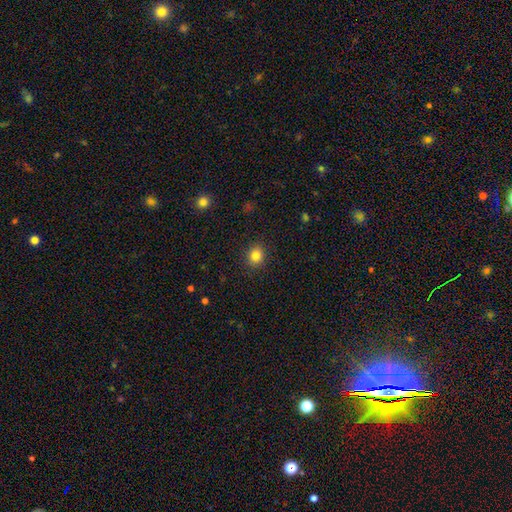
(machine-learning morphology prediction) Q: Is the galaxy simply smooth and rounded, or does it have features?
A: smooth — 83%.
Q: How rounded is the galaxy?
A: round — 71%.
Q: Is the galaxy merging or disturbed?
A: none — 90%.